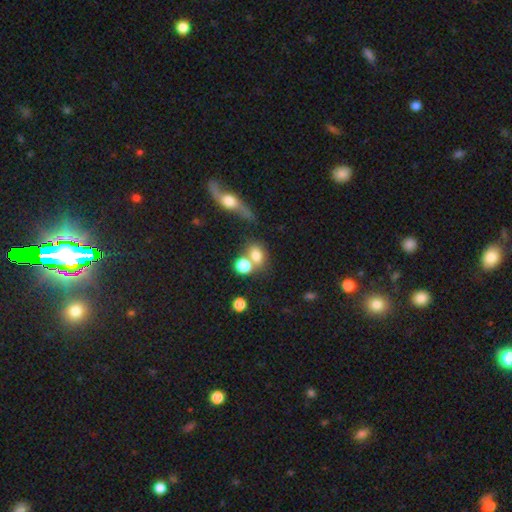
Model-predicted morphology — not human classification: Smooth or featured? smooth (74%)
How rounded? in between (53%)
Merging? none (41%)